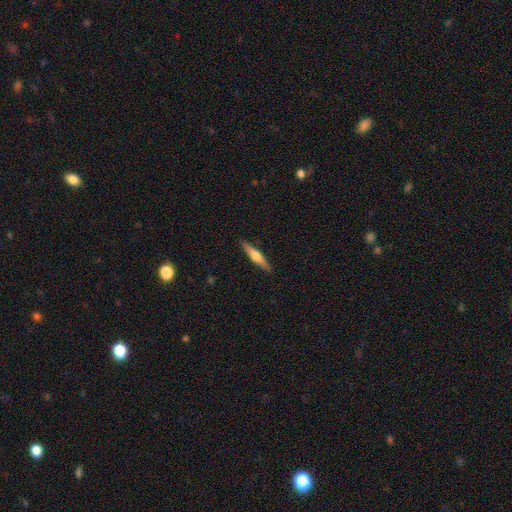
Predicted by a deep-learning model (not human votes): The model was most divided on "smooth or featured": featured or disk: 59%, smooth: 36%, star or artifact: 6%. More confident: edge-on disk — yes (97%); merging — none (91%); edge-on bulge — rounded (88%).